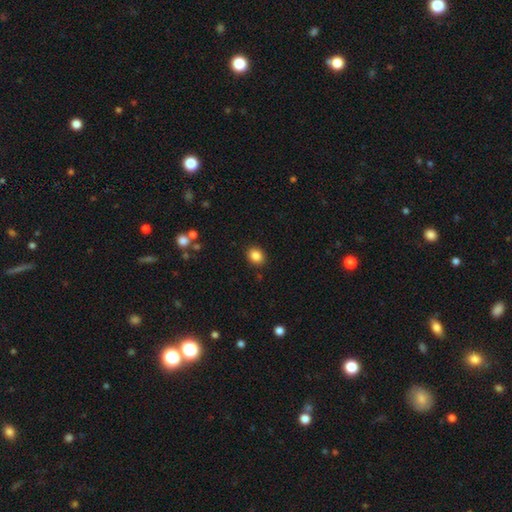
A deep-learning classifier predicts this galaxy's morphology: smooth-or-featured: smooth: 85% | star or artifact: 10% | featured or disk: 5%
  how-rounded: round: 56% | in between: 43% | cigar-shaped: 1%
  merging: none: 88% | minor disturbance: 8% | major disturbance: 2% | merger: 2%